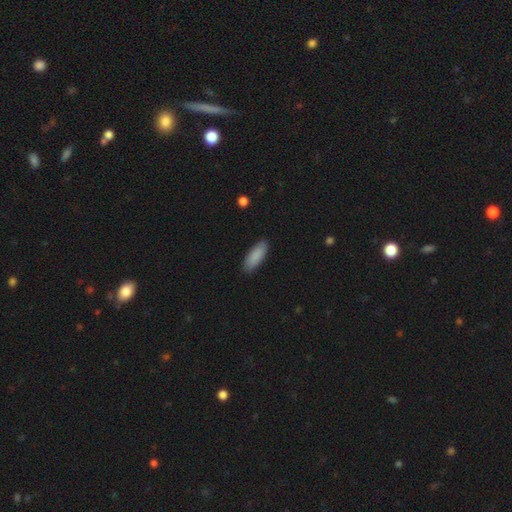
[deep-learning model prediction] A smooth galaxy with no disk features (88%) that is in between round and cigar-shaped (71%). Merging: none (87%).